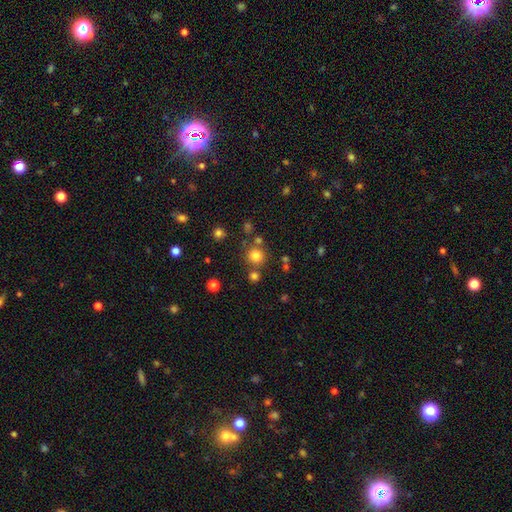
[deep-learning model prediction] This appears to be a smooth galaxy with no disk features (78%) that is round (92%). Merging: none (77%).